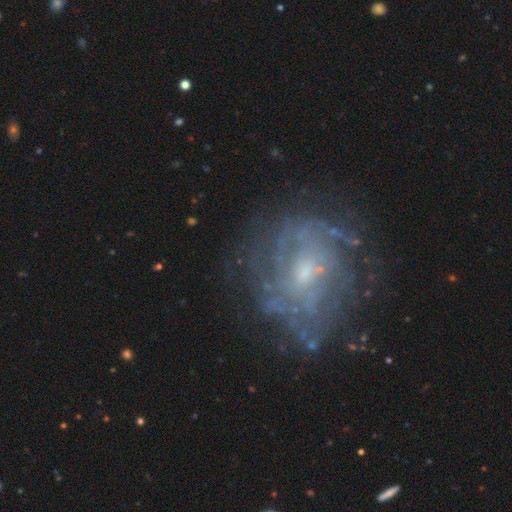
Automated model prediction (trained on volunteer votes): smooth-or-featured: featured or disk: 75% | smooth: 13% | star or artifact: 12%
  disk-edge-on: no: 97% | yes: 3%
    bar: no: 63% | weak: 31% | strong: 6%
    has-spiral-arms: yes: 71% | no: 29%
      spiral-winding: tight: 57% | medium: 29% | loose: 13%
      spiral-arm-count: can't tell: 59% | 2: 11% | 3: 9% | 4: 9% | more than 4: 7% | 1: 5%
    bulge-size: small: 55% | moderate: 36% | none: 6% | large: 2% | dominant: 1%
  merging: none: 70% | minor disturbance: 16% | major disturbance: 12% | merger: 2%